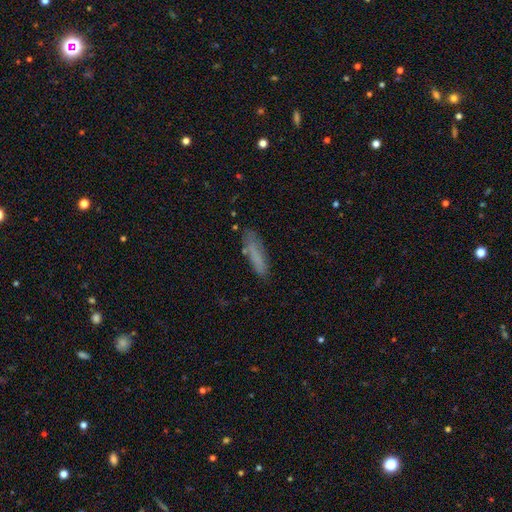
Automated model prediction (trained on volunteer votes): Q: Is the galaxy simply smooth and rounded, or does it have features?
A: smooth — 76%.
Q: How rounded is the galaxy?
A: cigar-shaped — 81%.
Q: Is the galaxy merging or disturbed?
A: none — 77%.